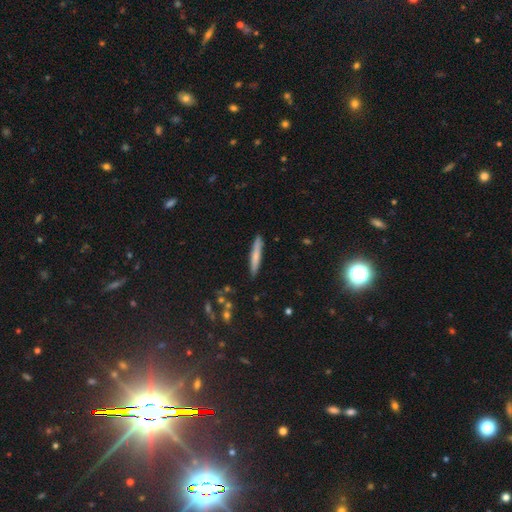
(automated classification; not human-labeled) A smooth galaxy with no disk features (68%) that is cigar-shaped (94%). Merging: none (88%).